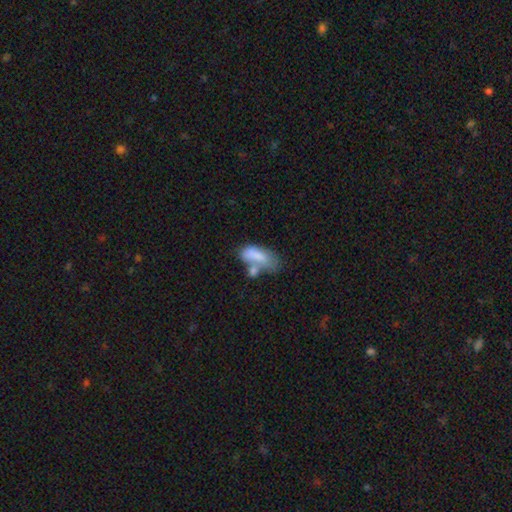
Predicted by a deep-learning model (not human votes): Smooth or featured: smooth — 74% (featured or disk — 18%)
How rounded: in between — 81% (cigar-shaped — 16%)
Merging: merger — 41% (none — 24%)